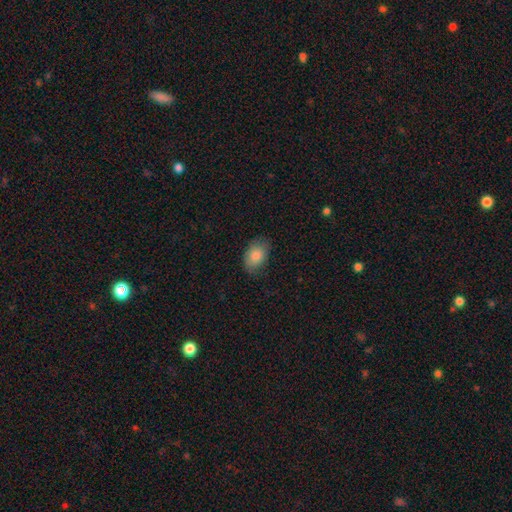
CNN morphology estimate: The model was most divided on "merging": none: 76%, minor disturbance: 19%, major disturbance: 4%, merger: 1%. More confident: how rounded — in between (86%); smooth or featured — smooth (84%).